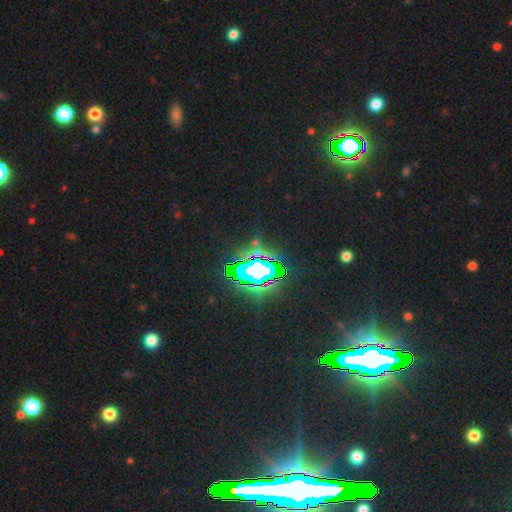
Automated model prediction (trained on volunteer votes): smooth_or_featured: star or artifact (p=0.84) [alt: smooth p=0.08]